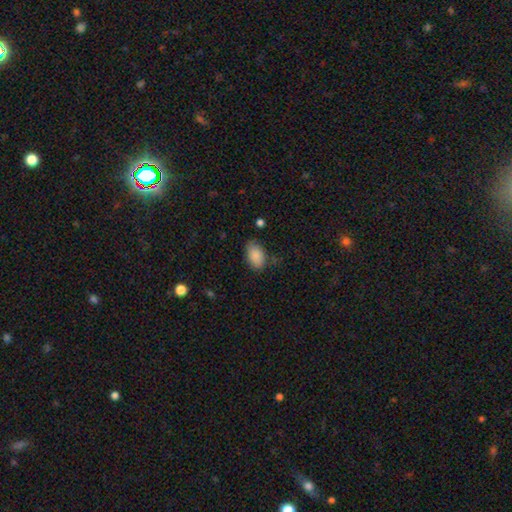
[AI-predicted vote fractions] Smooth or featured? smooth (88%)
How rounded? in between (92%)
Merging? none (74%)